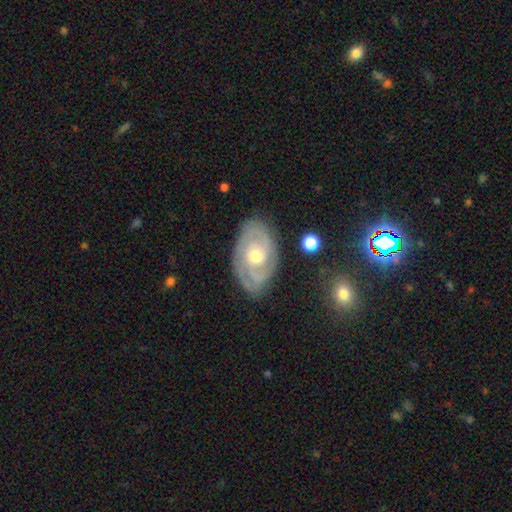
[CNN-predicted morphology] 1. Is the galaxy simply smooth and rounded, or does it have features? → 82% featured or disk, 13% smooth, 5% star or artifact.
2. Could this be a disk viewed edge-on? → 95% no, 5% yes.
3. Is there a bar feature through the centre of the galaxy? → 71% no, 24% weak, 5% strong.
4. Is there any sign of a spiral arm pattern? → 92% yes, 8% no.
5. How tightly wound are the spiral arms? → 68% tight, 26% medium, 6% loose.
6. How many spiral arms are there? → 34% 2, 29% can't tell, 23% 3, 6% 4, 5% 1, 4% more than 4.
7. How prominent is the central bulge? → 67% moderate, 28% small, 3% large, 1% none, 1% dominant.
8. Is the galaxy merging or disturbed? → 78% none, 16% minor disturbance, 4% major disturbance, 2% merger.